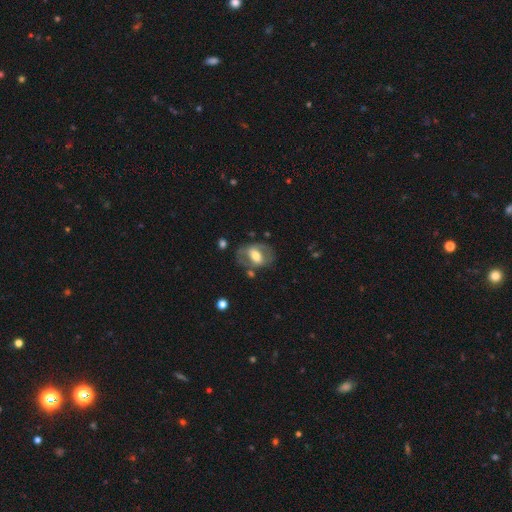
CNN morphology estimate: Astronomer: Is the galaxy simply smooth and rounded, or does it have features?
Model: featured or disk — 53% (runner-up: smooth, 40%).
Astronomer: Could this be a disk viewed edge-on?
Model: no — 91%.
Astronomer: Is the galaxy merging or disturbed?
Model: none — 62%.